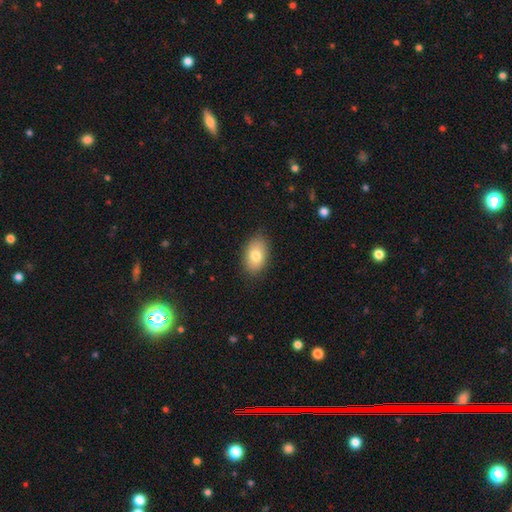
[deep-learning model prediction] Smooth or featured? smooth (80%)
How rounded? in between (88%)
Merging? none (84%)